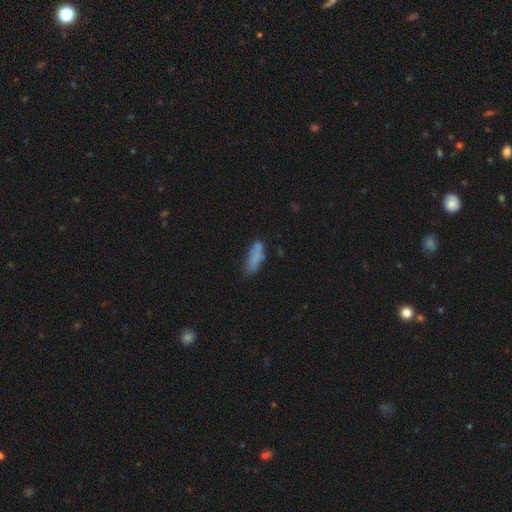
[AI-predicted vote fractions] Smooth or featured: smooth — 71% (featured or disk — 18%)
How rounded: in between — 61% (cigar-shaped — 37%)
Merging: none — 51% (minor disturbance — 25%)